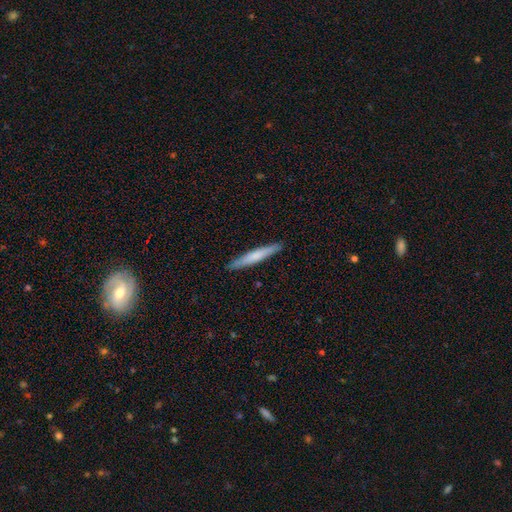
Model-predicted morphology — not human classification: The model was most divided on "smooth or featured": smooth: 65%, featured or disk: 30%, star or artifact: 5%. More confident: how rounded — cigar-shaped (95%); merging — none (90%).